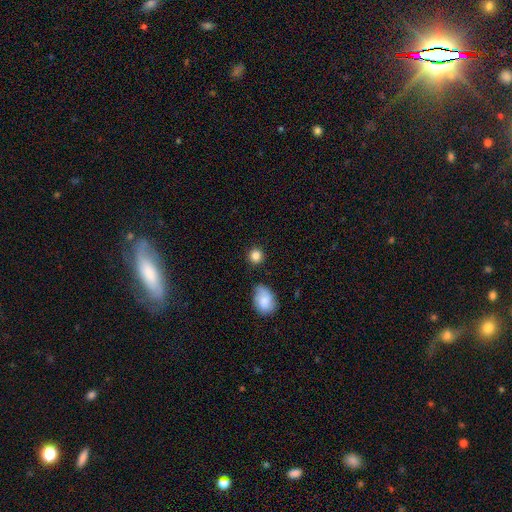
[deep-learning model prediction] A smooth galaxy with no disk features (86%) that is round (88%).

Vote fractions:
- Smooth or featured? smooth: 86% / star or artifact: 9% / featured or disk: 5%
- How rounded? round: 88% / in between: 11% / cigar-shaped: 1%
- Merging? none: 83% / minor disturbance: 11% / merger: 4% / major disturbance: 3%